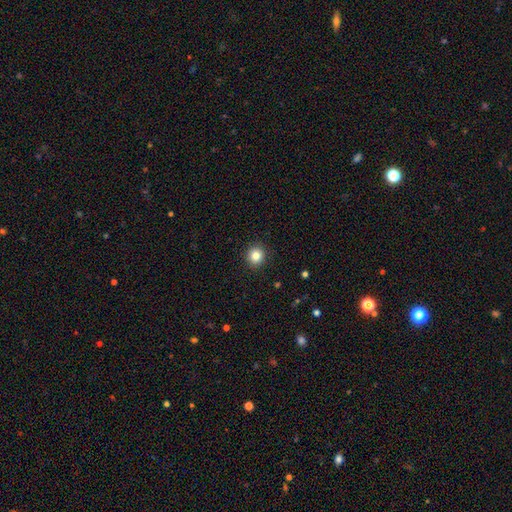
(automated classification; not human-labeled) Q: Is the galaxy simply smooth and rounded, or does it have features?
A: smooth — 84%.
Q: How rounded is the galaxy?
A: round — 92%.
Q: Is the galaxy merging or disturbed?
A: none — 92%.